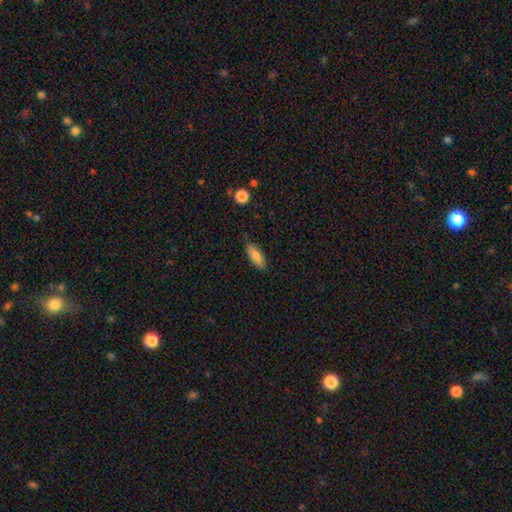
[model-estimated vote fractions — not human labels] A smooth galaxy with no disk features (82%) that is in between round and cigar-shaped (63%).

Vote fractions:
- Smooth or featured? smooth: 82% / featured or disk: 11% / star or artifact: 7%
- How rounded? in between: 63% / cigar-shaped: 35% / round: 2%
- Merging? none: 85% / minor disturbance: 11% / major disturbance: 2% / merger: 1%